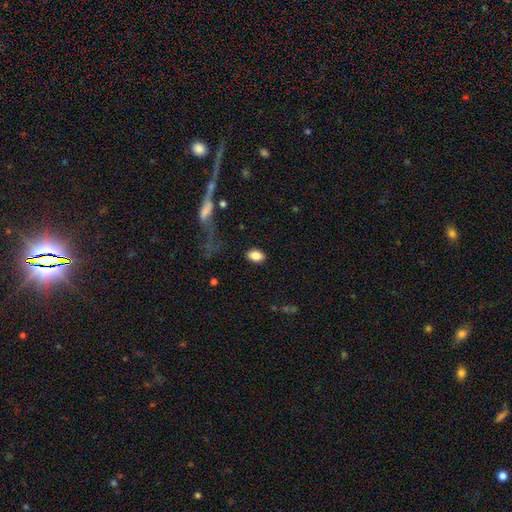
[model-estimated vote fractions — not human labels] Smooth or featured? Predicted: smooth (p=0.83). How rounded? Predicted: in between (p=0.85). Merging? Predicted: none (p=0.86).